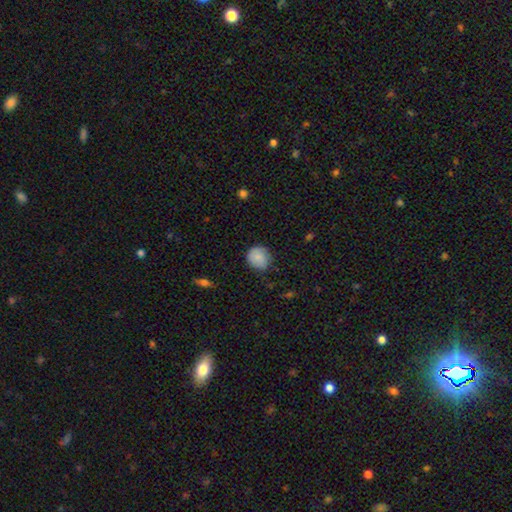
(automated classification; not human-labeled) A smooth galaxy with no disk features (82%) that is round (84%).

Vote fractions:
- Smooth or featured? smooth: 82% / featured or disk: 11% / star or artifact: 7%
- How rounded? round: 84% / in between: 15% / cigar-shaped: 1%
- Merging? none: 74% / minor disturbance: 21% / major disturbance: 4% / merger: 1%